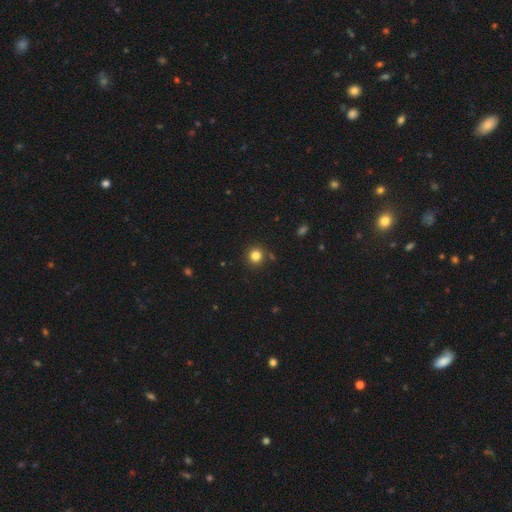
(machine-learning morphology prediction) Smooth or featured?
  - smooth: 82% *
  - star or artifact: 13%
  - featured or disk: 5%
How rounded?
  - round: 94% *
  - in between: 6%
  - cigar-shaped: 1%
Merging?
  - none: 88% *
  - minor disturbance: 7%
  - merger: 3%
  - major disturbance: 2%